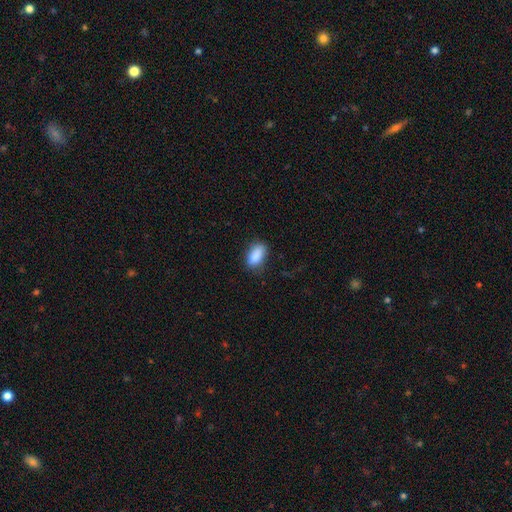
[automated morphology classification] smooth 87%, star or artifact 8%, featured or disk 5%. Down the decision tree: how rounded — in between (89%); merging — none (73%).